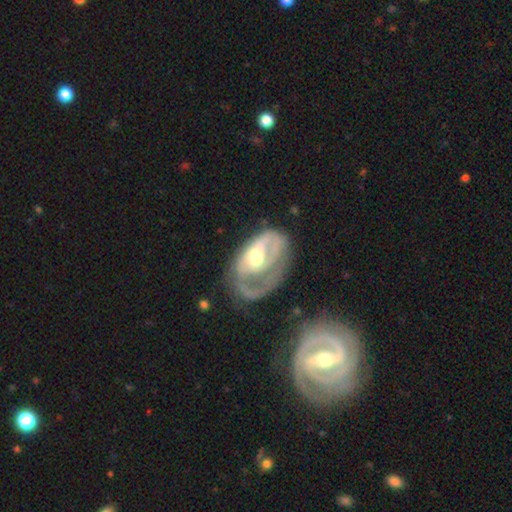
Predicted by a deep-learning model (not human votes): Smooth or featured?
  - featured or disk: 73% *
  - smooth: 20%
  - star or artifact: 6%
Edge-on disk?
  - no: 95% *
  - yes: 5%
Bar?
  - no: 60% *
  - weak: 30%
  - strong: 10%
Spiral arms?
  - yes: 67% *
  - no: 33%
Bulge size?
  - moderate: 64% *
  - small: 20%
  - large: 13%
  - none: 2%
  - dominant: 2%
Merging?
  - major disturbance: 39% *
  - none: 31%
  - minor disturbance: 22%
  - merger: 7%